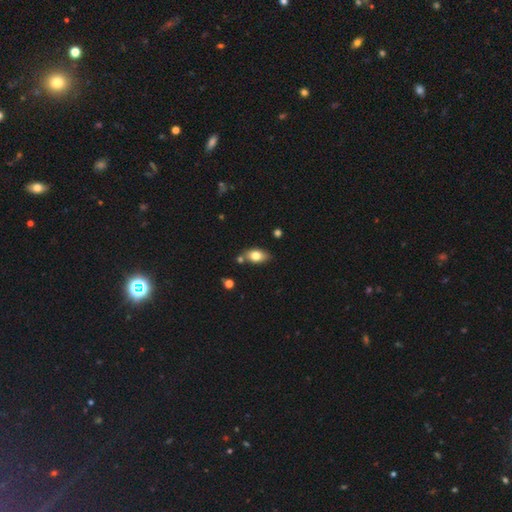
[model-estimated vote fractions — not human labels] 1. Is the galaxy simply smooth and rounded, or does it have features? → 76% smooth, 15% featured or disk, 8% star or artifact.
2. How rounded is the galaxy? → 86% in between, 11% round, 4% cigar-shaped.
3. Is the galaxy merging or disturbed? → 68% none, 16% minor disturbance, 12% merger, 4% major disturbance.